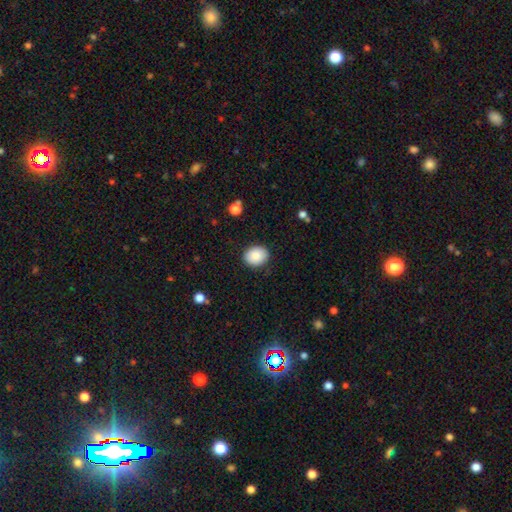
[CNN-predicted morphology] This appears to be a smooth galaxy with no disk features (88%) that is in between round and cigar-shaped (52%). Merging: none (89%).